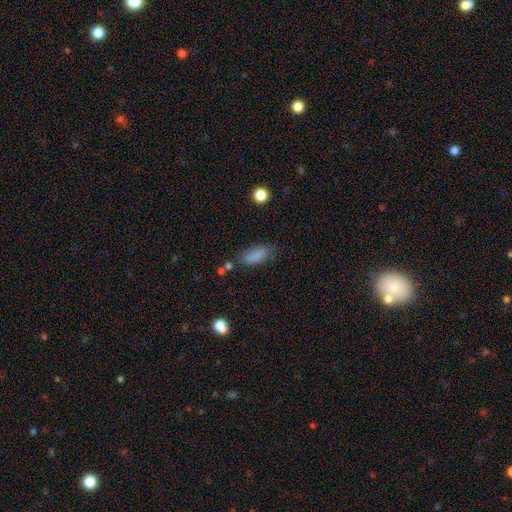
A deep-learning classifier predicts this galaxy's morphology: A smooth galaxy with no disk features (84%) that is in between round and cigar-shaped (81%).

Vote fractions:
- Smooth or featured? smooth: 84% / star or artifact: 10% / featured or disk: 6%
- How rounded? in between: 81% / cigar-shaped: 16% / round: 3%
- Merging? none: 72% / minor disturbance: 19% / major disturbance: 5% / merger: 4%